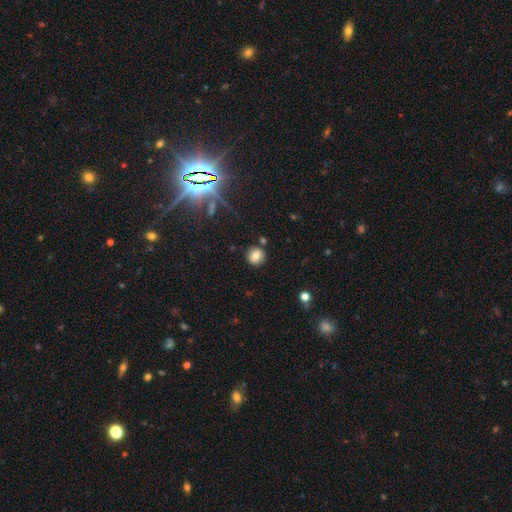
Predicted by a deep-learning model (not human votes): This is likely a smooth galaxy (77%). How rounded: clearly round (84%). Merging: clearly none (85%).